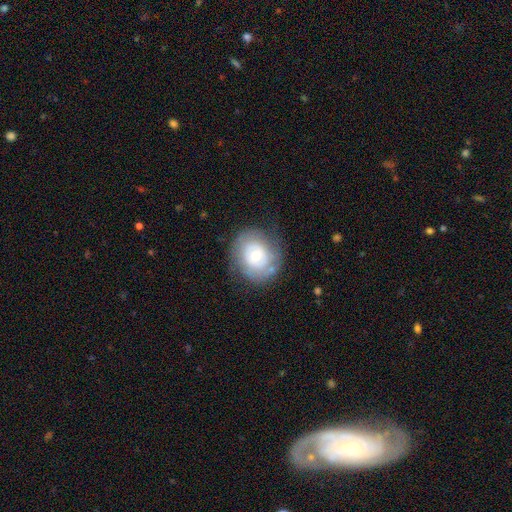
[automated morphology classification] Q: Smooth or featured?
A: featured or disk (53%); runner-up: smooth (40%)
Q: Edge-on disk?
A: no (96%); runner-up: yes (4%)
Q: Bar?
A: no (84%); runner-up: weak (13%)
Q: Spiral arms?
A: no (61%); runner-up: yes (39%)
Q: Bulge size?
A: moderate (56%); runner-up: small (37%)
Q: Merging?
A: none (75%); runner-up: minor disturbance (16%)